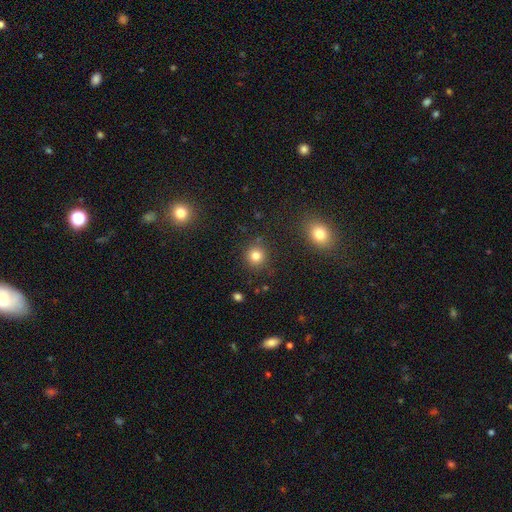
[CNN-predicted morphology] Smooth or featured: smooth — 82% (star or artifact — 13%)
How rounded: round — 91% (in between — 8%)
Merging: none — 87% (minor disturbance — 7%)